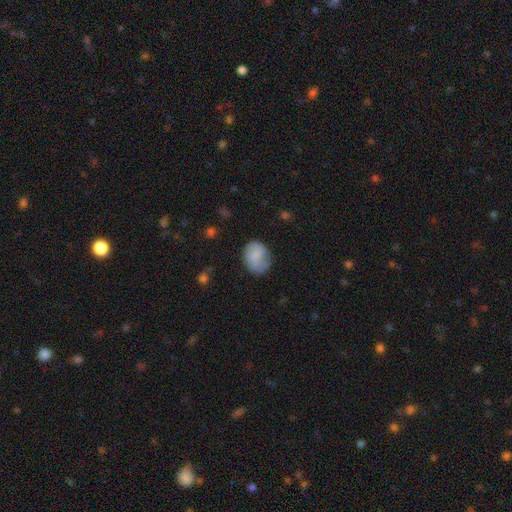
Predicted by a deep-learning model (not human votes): Morphology: type=smooth (77%); roundness=in between (51%); merging=none (57%).